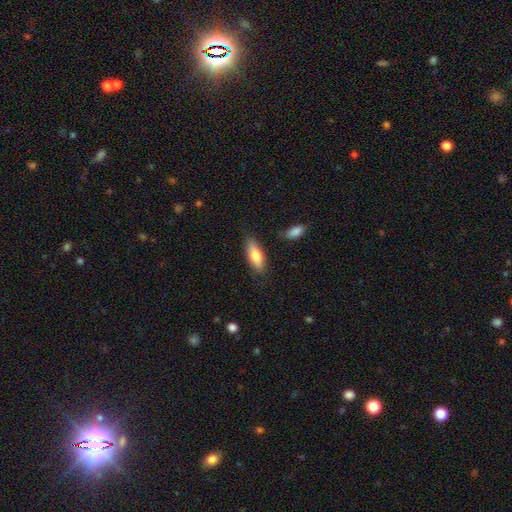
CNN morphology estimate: A smooth galaxy with no disk features (74%) that is in between round and cigar-shaped (61%).

Vote fractions:
- Smooth or featured? smooth: 74% / featured or disk: 20% / star or artifact: 6%
- How rounded? in between: 61% / cigar-shaped: 37% / round: 2%
- Merging? none: 82% / minor disturbance: 13% / merger: 3% / major disturbance: 3%